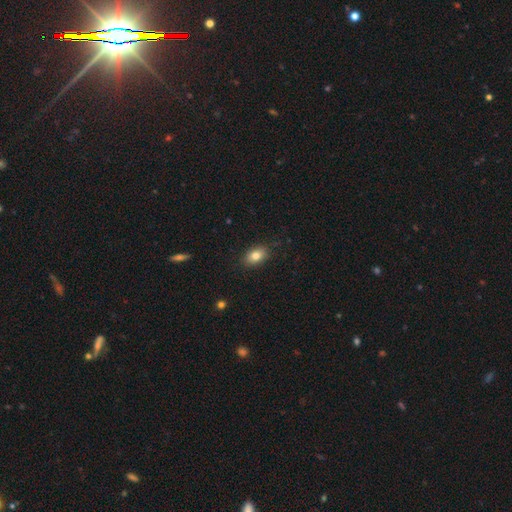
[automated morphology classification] Smooth or featured? smooth (83%)
How rounded? in between (83%)
Merging? none (85%)